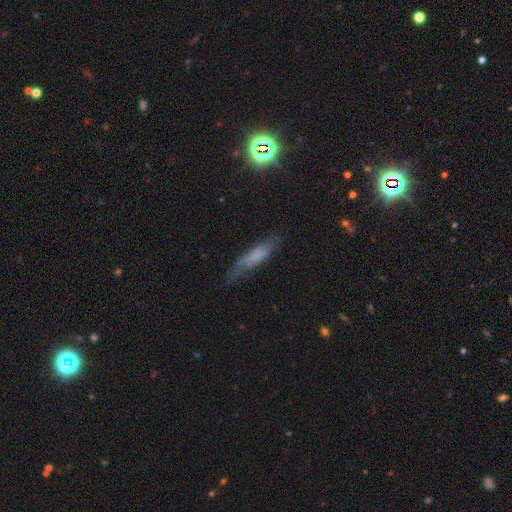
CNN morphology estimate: Smooth or featured?
  - smooth: 57% *
  - featured or disk: 32%
  - star or artifact: 11%
How rounded?
  - cigar-shaped: 72% *
  - in between: 26%
  - round: 2%
Merging?
  - none: 59% *
  - minor disturbance: 27%
  - major disturbance: 11%
  - merger: 2%